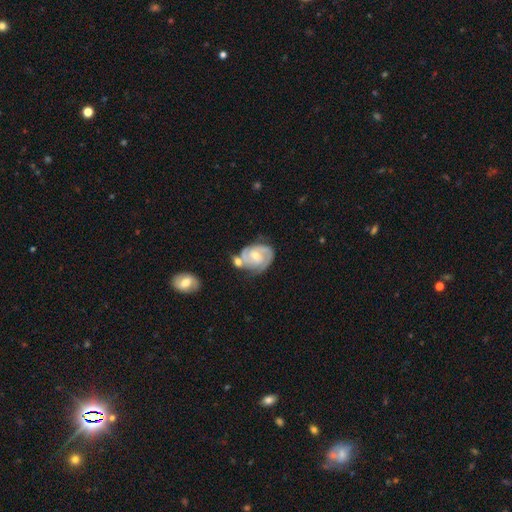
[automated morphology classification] Q: Smooth or featured?
A: featured or disk (84%); runner-up: smooth (11%)
Q: Edge-on disk?
A: no (98%); runner-up: yes (2%)
Q: Bar?
A: no (56%); runner-up: weak (36%)
Q: Spiral arms?
A: yes (96%); runner-up: no (4%)
Q: Spiral winding?
A: tight (61%); runner-up: medium (33%)
Q: Spiral arm count?
A: 2 (53%); runner-up: 3 (25%)
Q: Bulge size?
A: moderate (50%); runner-up: small (46%)
Q: Merging?
A: none (50%); runner-up: merger (21%)